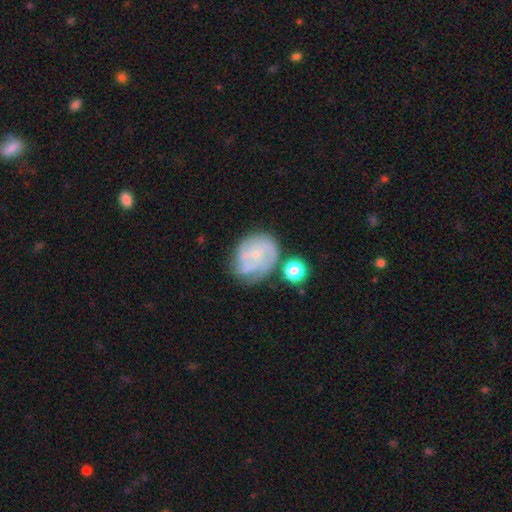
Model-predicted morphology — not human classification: Smooth or featured: featured or disk — 64% (smooth — 27%)
Edge-on disk: no — 98% (yes — 2%)
Bar: no — 77% (weak — 20%)
Spiral arms: yes — 79% (no — 21%)
Bulge size: small — 71% (moderate — 15%)
Merging: none — 47% (minor disturbance — 27%)